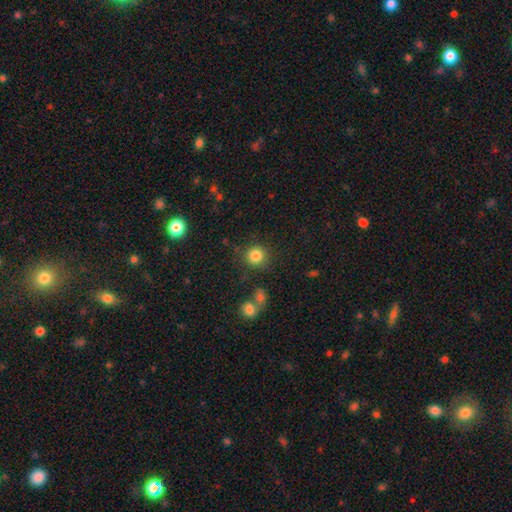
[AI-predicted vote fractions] Smooth or featured? Predicted: smooth (p=0.83). How rounded? Predicted: round (p=0.92). Merging? Predicted: none (p=0.83).